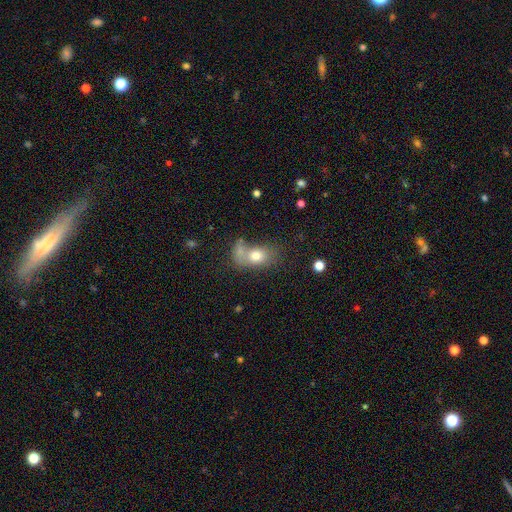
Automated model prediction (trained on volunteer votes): Overall: smooth (74%). How rounded: in between (72%). Merging: none (33%, tied with merger).